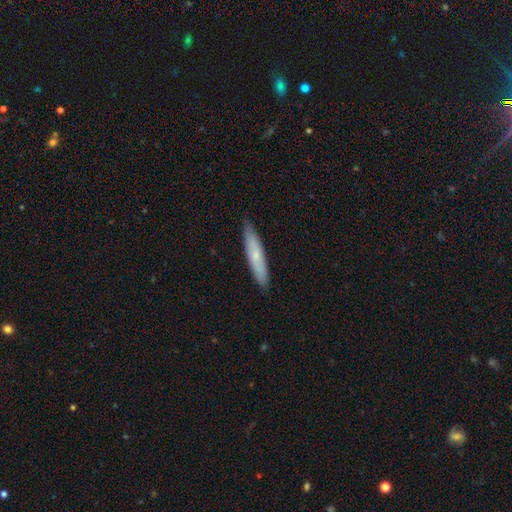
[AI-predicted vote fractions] This is likely a smooth galaxy (61%). How rounded: clearly cigar-shaped (87%). Merging: clearly none (87%).